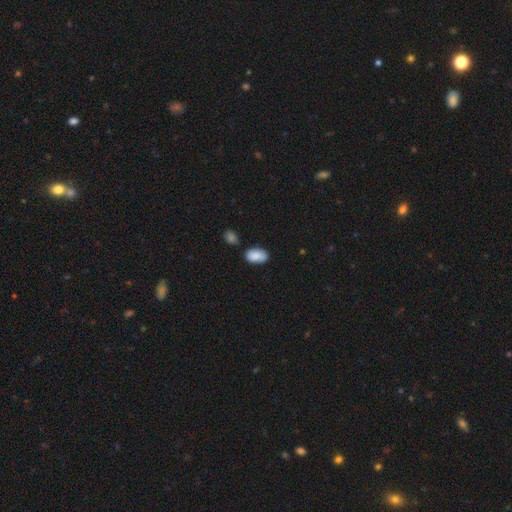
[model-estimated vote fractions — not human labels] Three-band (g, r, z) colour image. It shows a smooth galaxy with no disk features (84%) that is in between round and cigar-shaped (93%). Merging: none (69%).